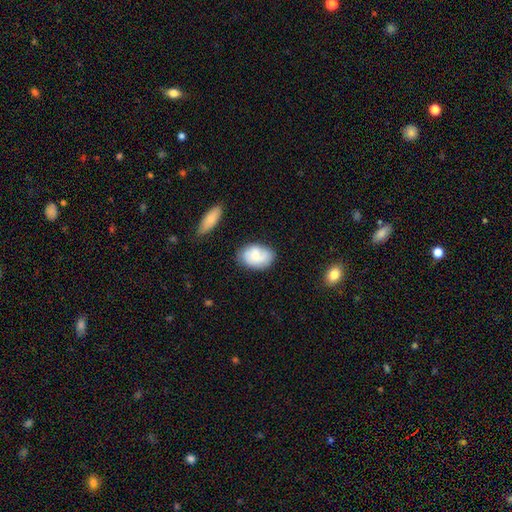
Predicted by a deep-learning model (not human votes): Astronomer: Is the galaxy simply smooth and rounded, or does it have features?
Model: smooth — 48% (runner-up: featured or disk, 45%).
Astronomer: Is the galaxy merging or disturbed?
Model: none — 69%.